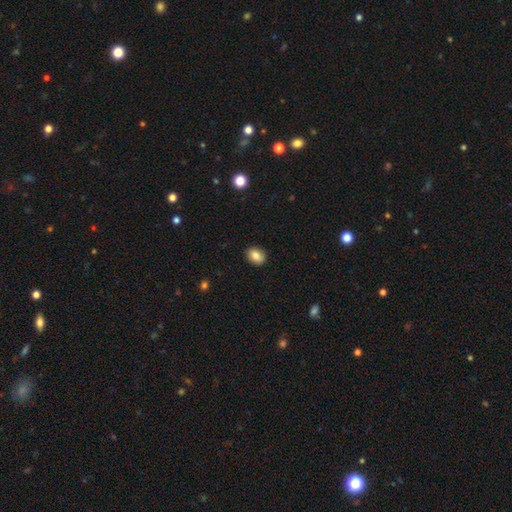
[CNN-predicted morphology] This appears to be a smooth galaxy with no disk features (85%) that is in between round and cigar-shaped (63%). Merging: none (90%).